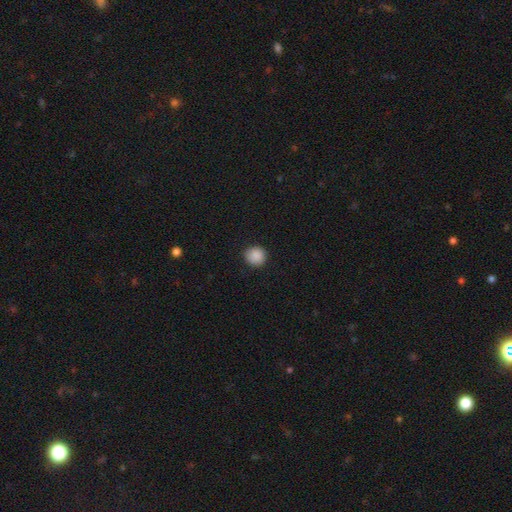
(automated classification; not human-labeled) Smooth or featured? Predicted: smooth (p=0.88). How rounded? Predicted: round (p=0.93). Merging? Predicted: none (p=0.91).